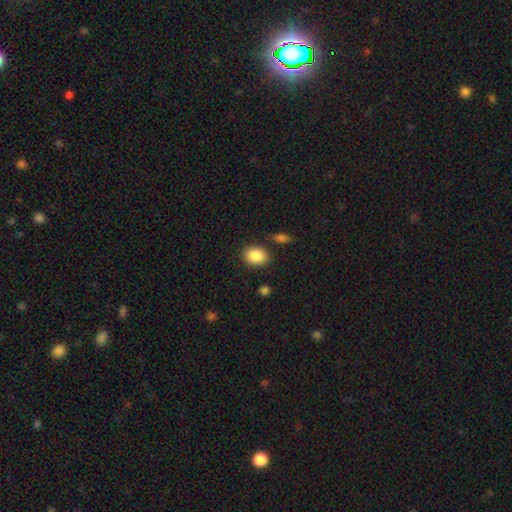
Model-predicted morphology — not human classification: smooth 88%, star or artifact 7%, featured or disk 5%. Down the decision tree: how rounded — in between (70%); merging — none (83%).